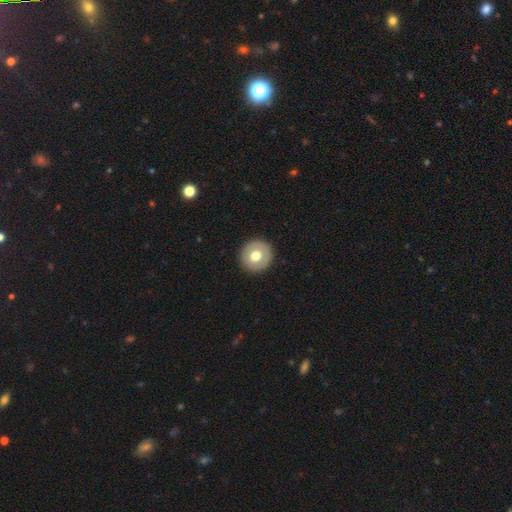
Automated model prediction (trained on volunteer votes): Smooth or featured: smooth — 66% (featured or disk — 27%)
How rounded: round — 94% (in between — 5%)
Merging: none — 91% (minor disturbance — 6%)